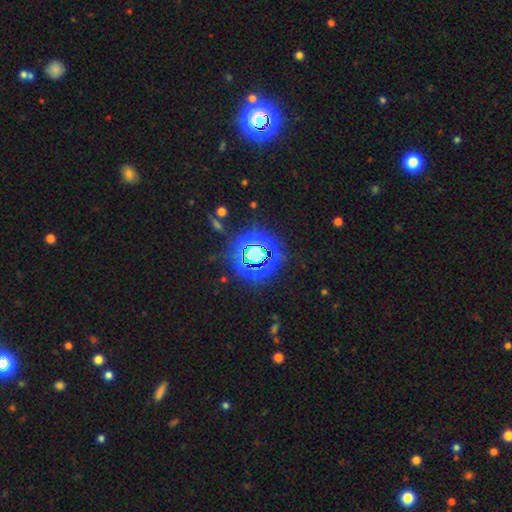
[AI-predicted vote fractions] A star or artifact, not a galaxy (73%).

Vote fractions:
- Smooth or featured? star or artifact: 73% / smooth: 17% / featured or disk: 10%